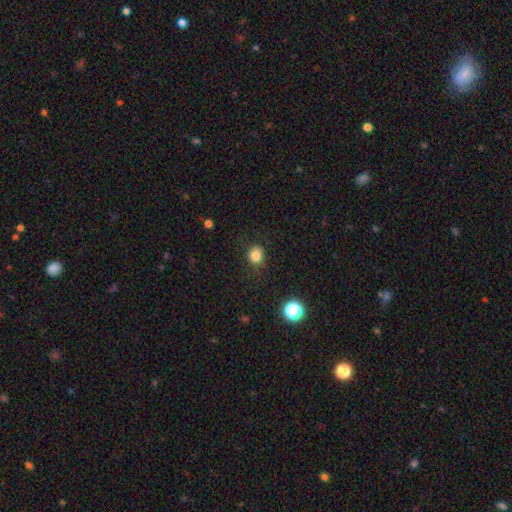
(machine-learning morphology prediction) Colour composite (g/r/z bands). It shows a smooth galaxy with no disk features (82%) that is round (75%). Merging: none (77%).